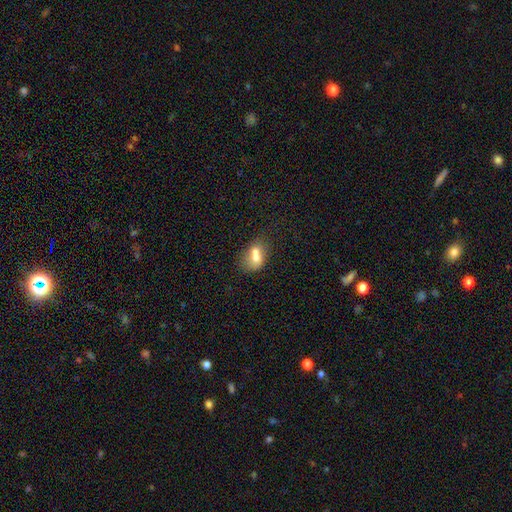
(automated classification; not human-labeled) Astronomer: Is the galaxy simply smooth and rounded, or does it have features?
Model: smooth — 67%.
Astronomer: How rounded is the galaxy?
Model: in between — 66%.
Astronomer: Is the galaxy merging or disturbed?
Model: merger — 53% (runner-up: none, 29%).